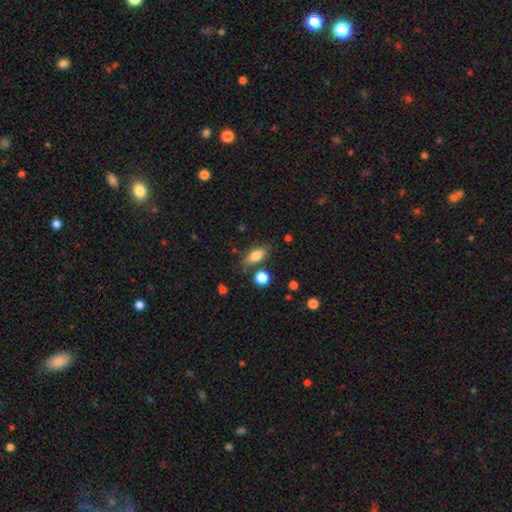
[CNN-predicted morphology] smooth 79%, featured or disk 12%, star or artifact 8%. Down the decision tree: how rounded — in between (80%); merging — none (76%).